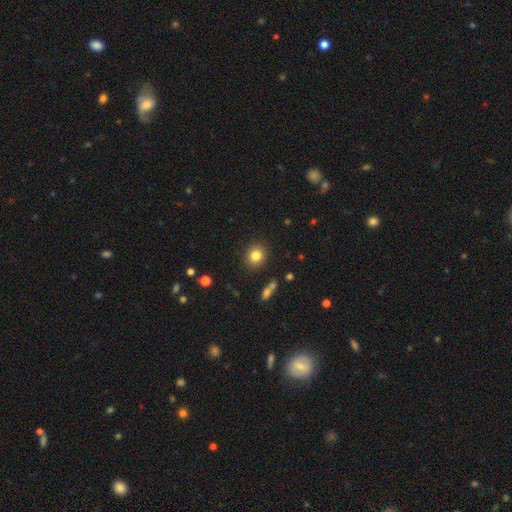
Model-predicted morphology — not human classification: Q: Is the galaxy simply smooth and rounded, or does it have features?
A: smooth — 82%.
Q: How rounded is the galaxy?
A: round — 80%.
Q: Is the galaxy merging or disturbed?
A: none — 88%.